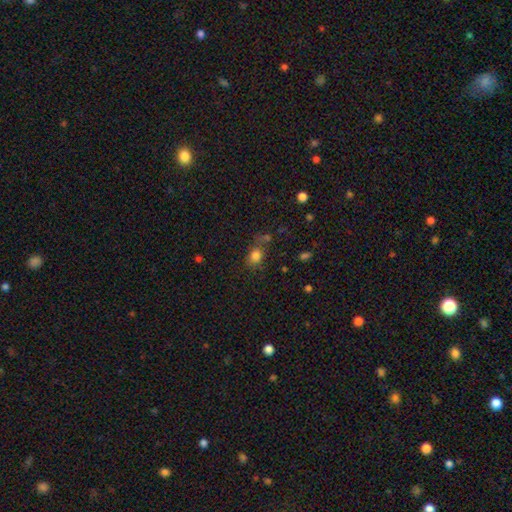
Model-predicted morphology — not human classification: A smooth galaxy with no disk features (80%) that is in between round and cigar-shaped (50%). Merging: none (56%).